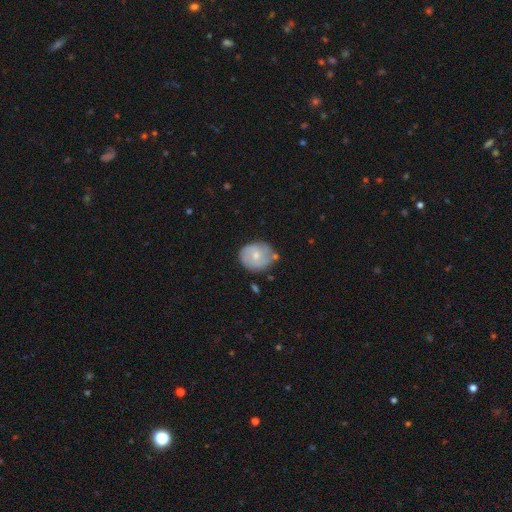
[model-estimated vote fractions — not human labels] smooth-or-featured: smooth: 55% | featured or disk: 38% | star or artifact: 7%
  how-rounded: round: 76% | in between: 23% | cigar-shaped: 1%
  merging: none: 63% | minor disturbance: 24% | merger: 7% | major disturbance: 6%